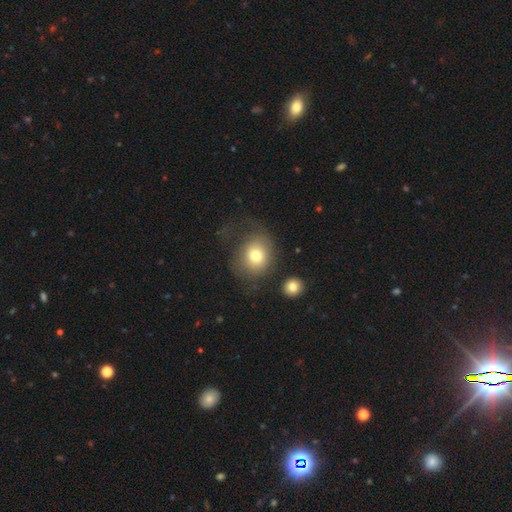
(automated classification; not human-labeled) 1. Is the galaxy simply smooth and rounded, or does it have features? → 73% smooth, 18% featured or disk, 9% star or artifact.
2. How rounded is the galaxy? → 72% round, 28% in between, 1% cigar-shaped.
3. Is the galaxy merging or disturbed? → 49% none, 26% major disturbance, 19% minor disturbance, 5% merger.